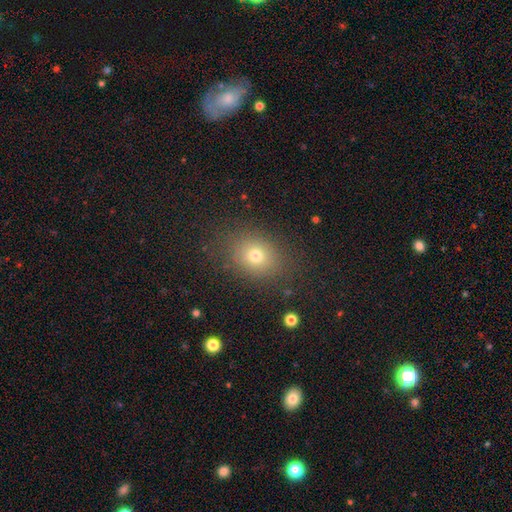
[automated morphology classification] A smooth galaxy with no disk features (73%) that is in between round and cigar-shaped (50%). Merging: none (83%).